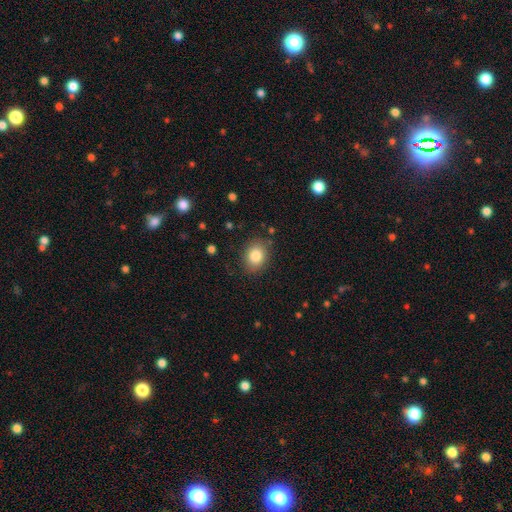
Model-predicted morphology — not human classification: Q: Smooth or featured?
A: smooth (83%); runner-up: star or artifact (9%)
Q: How rounded?
A: in between (50%); runner-up: round (49%)
Q: Merging?
A: none (85%); runner-up: minor disturbance (11%)